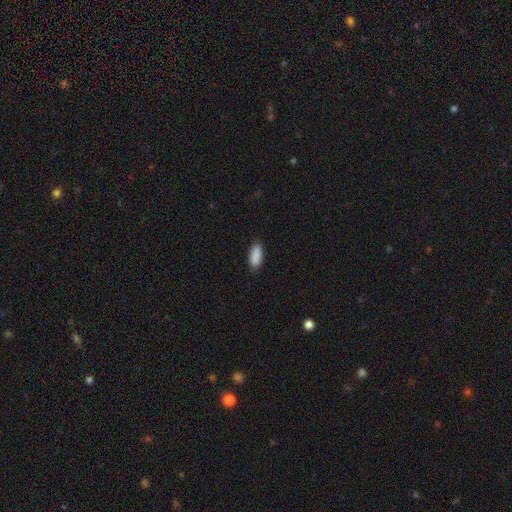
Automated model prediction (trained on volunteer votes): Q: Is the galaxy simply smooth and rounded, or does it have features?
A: smooth — 90%.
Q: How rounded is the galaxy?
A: in between — 78%.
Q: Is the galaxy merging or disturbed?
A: none — 87%.